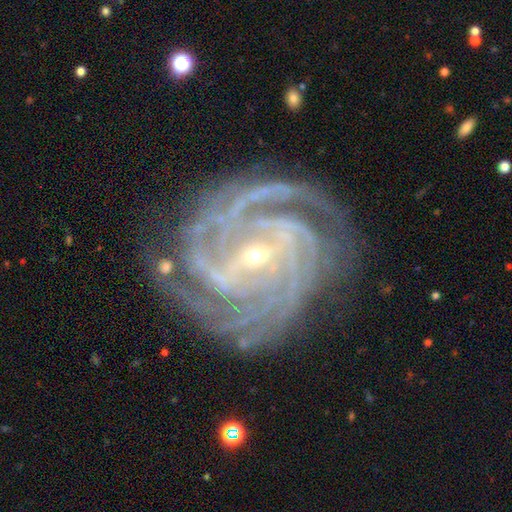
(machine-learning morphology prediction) Smooth or featured?
  - featured or disk: 93% *
  - star or artifact: 5%
  - smooth: 3%
Edge-on disk?
  - no: 98% *
  - yes: 2%
Bar?
  - weak: 40% *
  - strong: 37%
  - no: 23%
Spiral arms?
  - yes: 99% *
  - no: 1%
Spiral winding?
  - tight: 75% *
  - medium: 22%
  - loose: 3%
Spiral arm count?
  - 4: 35% *
  - 3: 21%
  - more than 4: 14%
  - can't tell: 12%
  - 2: 11%
  - 1: 8%
Bulge size?
  - small: 77% *
  - moderate: 20%
  - large: 1%
  - none: 1%
  - dominant: 1%
Merging?
  - none: 79% *
  - minor disturbance: 15%
  - major disturbance: 5%
  - merger: 1%